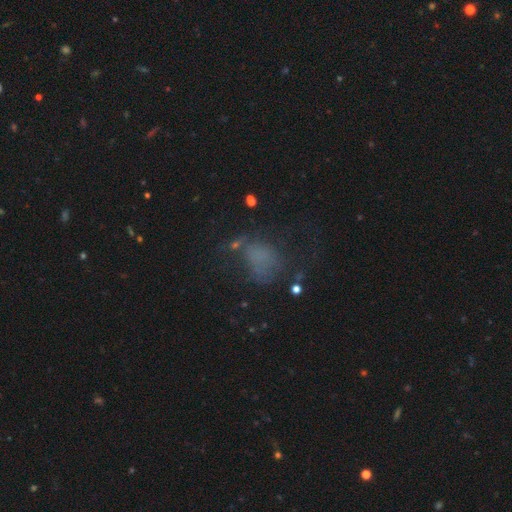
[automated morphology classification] A smooth galaxy with no disk features (48%).

Vote fractions:
- Smooth or featured? smooth: 48% / star or artifact: 28% / featured or disk: 24%
- Merging? none: 43% / major disturbance: 30% / minor disturbance: 21% / merger: 6%